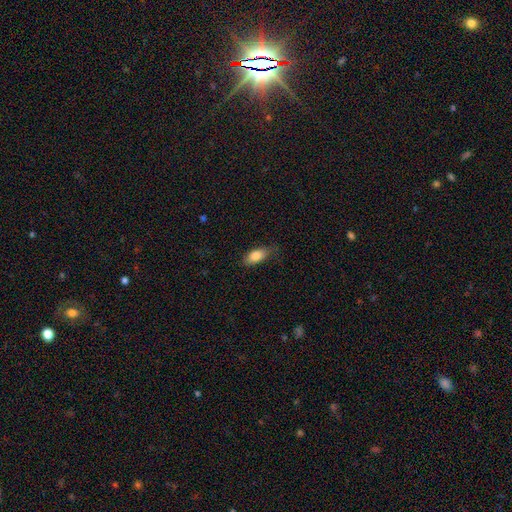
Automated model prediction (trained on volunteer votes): Overall: smooth (84%). How rounded: in between (87%). Merging: none (71%).